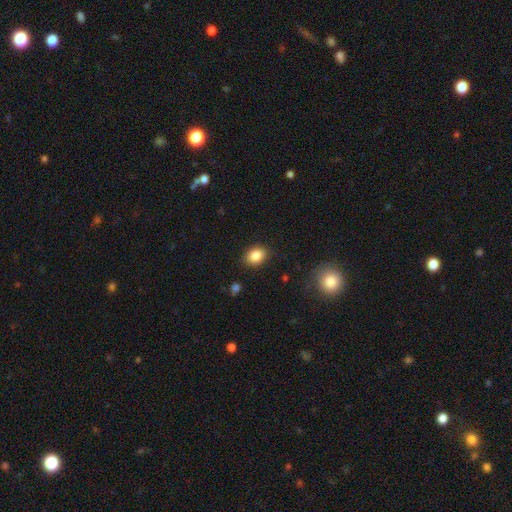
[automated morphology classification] This is clearly a smooth galaxy (86%). How rounded: likely in between (65%). Merging: clearly none (87%).